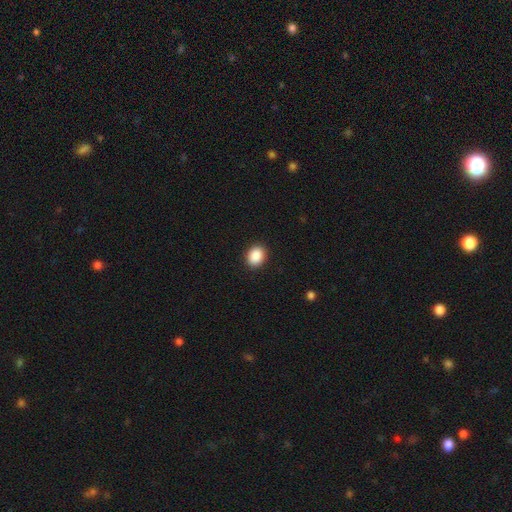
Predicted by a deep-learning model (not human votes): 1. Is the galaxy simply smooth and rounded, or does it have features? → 89% smooth, 8% star or artifact, 3% featured or disk.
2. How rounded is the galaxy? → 56% in between, 43% round, 1% cigar-shaped.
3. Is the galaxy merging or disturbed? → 91% none, 6% minor disturbance, 2% major disturbance, 1% merger.